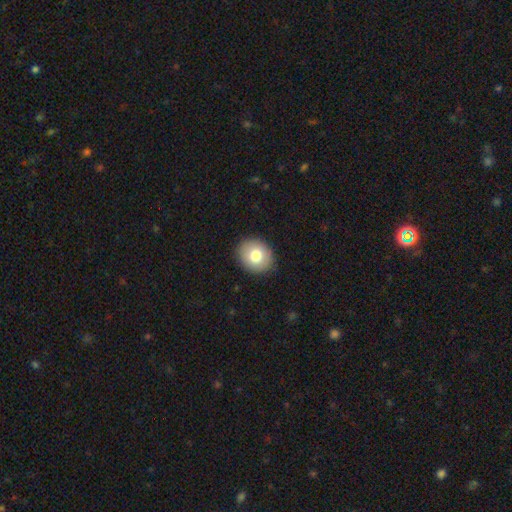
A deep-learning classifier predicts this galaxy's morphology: smooth-or-featured: smooth: 78% | featured or disk: 14% | star or artifact: 9%
  how-rounded: round: 64% | in between: 35% | cigar-shaped: 1%
  merging: none: 89% | minor disturbance: 8% | major disturbance: 2% | merger: 1%